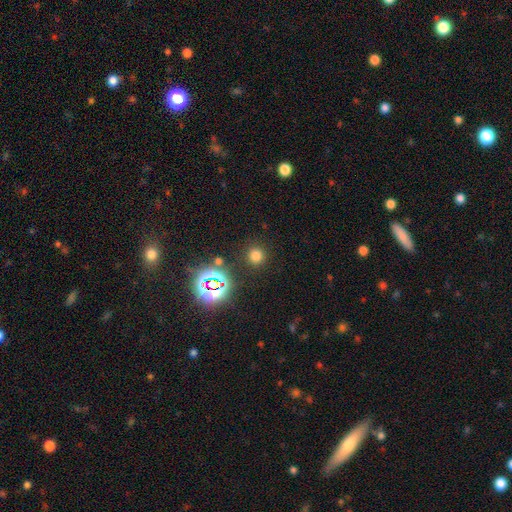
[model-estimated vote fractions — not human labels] Q: Smooth or featured?
A: smooth (69%); runner-up: star or artifact (25%)
Q: How rounded?
A: round (93%); runner-up: in between (6%)
Q: Merging?
A: none (88%); runner-up: minor disturbance (6%)